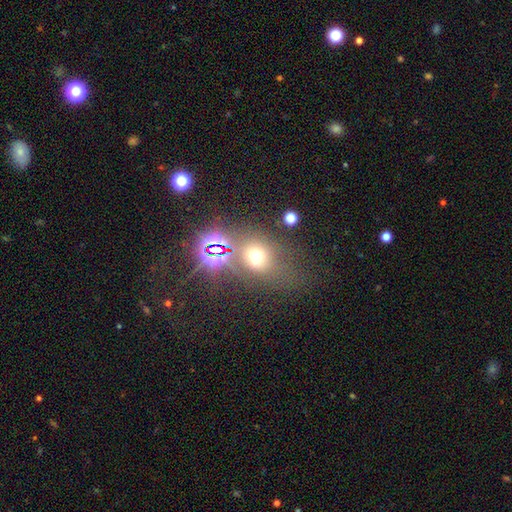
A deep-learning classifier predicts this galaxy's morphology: Q: Smooth or featured?
A: smooth (53%); runner-up: star or artifact (30%)
Q: How rounded?
A: round (58%); runner-up: in between (40%)
Q: Merging?
A: none (47%); runner-up: merger (24%)